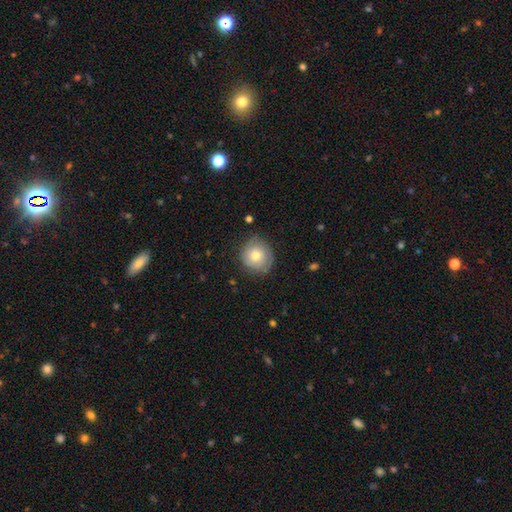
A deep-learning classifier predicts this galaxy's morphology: A smooth galaxy with no disk features (57%) that is round (89%). Merging: none (73%).